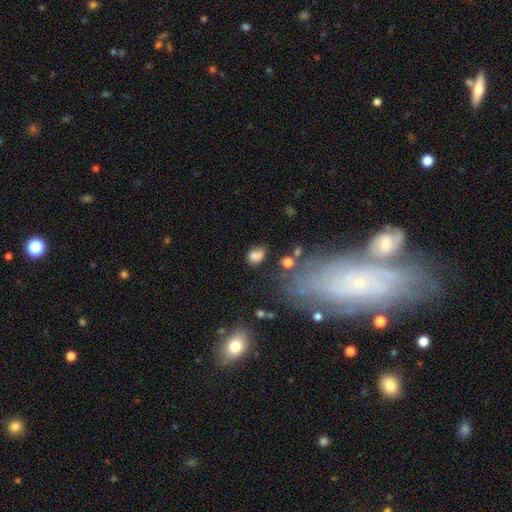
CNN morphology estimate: This appears to be a smooth galaxy with no disk features (77%) that is in between round and cigar-shaped (69%). Merging: none (50%).